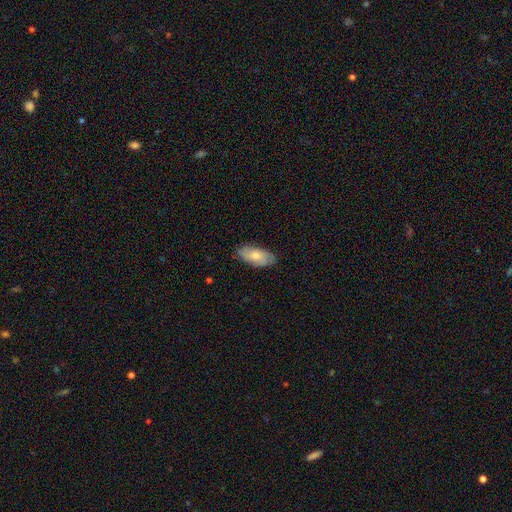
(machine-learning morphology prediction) A smooth galaxy with no disk features (64%) that is in between round and cigar-shaped (90%).

Vote fractions:
- Smooth or featured? smooth: 64% / featured or disk: 30% / star or artifact: 6%
- How rounded? in between: 90% / cigar-shaped: 8% / round: 3%
- Merging? none: 81% / minor disturbance: 15% / major disturbance: 3% / merger: 1%